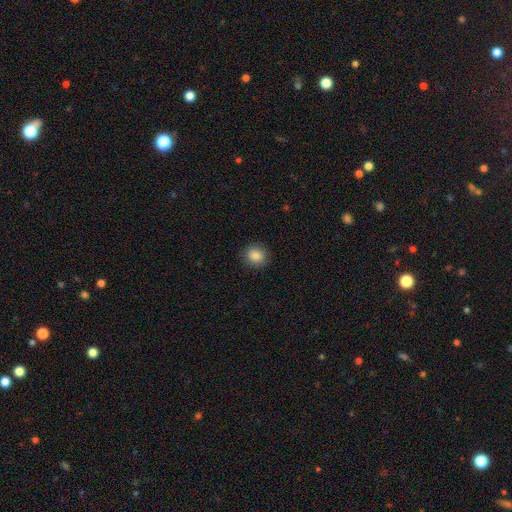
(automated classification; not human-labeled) A smooth galaxy with no disk features (86%) that is round (84%). Merging: none (90%).